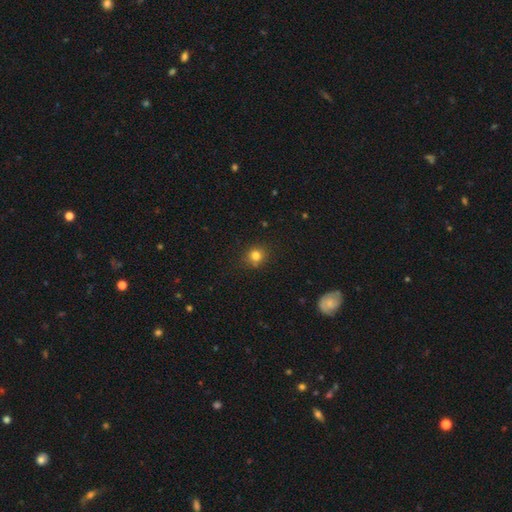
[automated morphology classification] Overall: smooth (80%). How rounded: round (84%). Merging: none (85%).